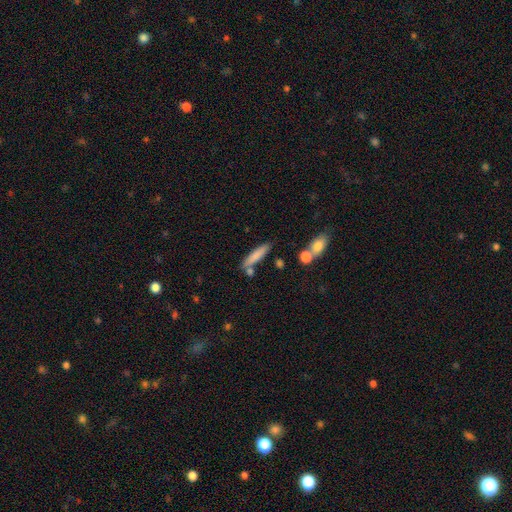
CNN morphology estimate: A smooth galaxy with no disk features (77%) that is cigar-shaped (83%). Merging: none (72%).